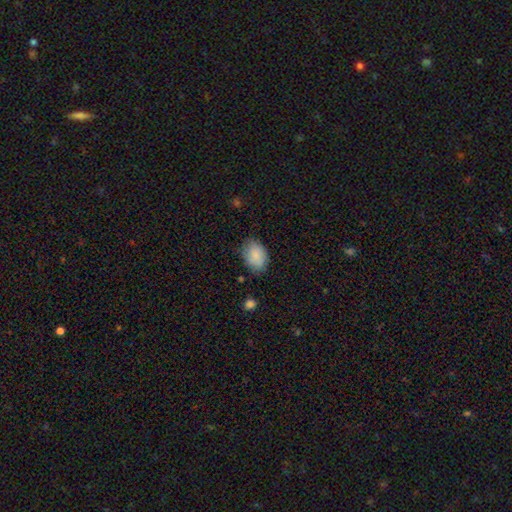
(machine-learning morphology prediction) This is clearly a smooth galaxy (86%). How rounded: clearly in between (80%). Merging: likely none (75%).